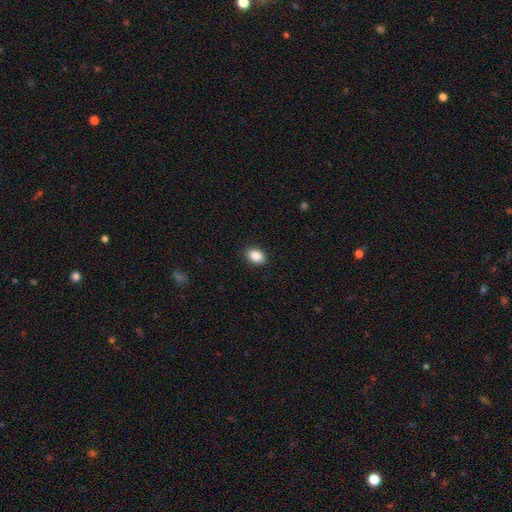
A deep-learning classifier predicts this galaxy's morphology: Smooth or featured? Predicted: smooth (p=0.89). How rounded? Predicted: in between (p=0.75). Merging? Predicted: none (p=0.89).